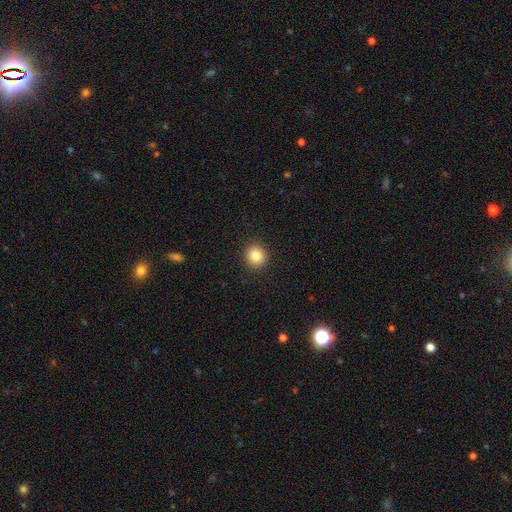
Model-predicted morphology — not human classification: Smooth or featured? Predicted: smooth (p=0.84). How rounded? Predicted: round (p=0.89). Merging? Predicted: none (p=0.92).